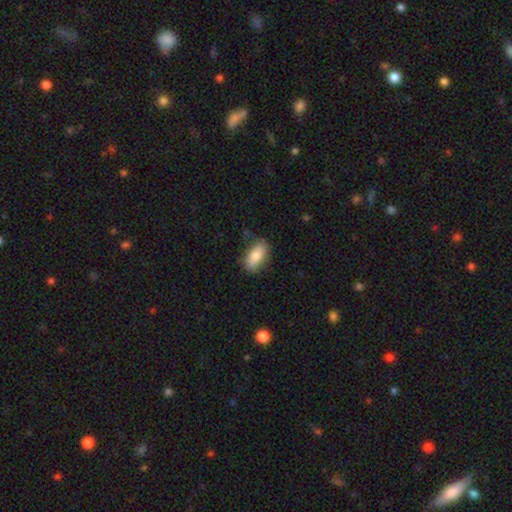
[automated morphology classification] The model was most divided on "merging": none: 76%, minor disturbance: 18%, major disturbance: 4%, merger: 2%. More confident: how rounded — in between (87%); smooth or featured — smooth (80%).